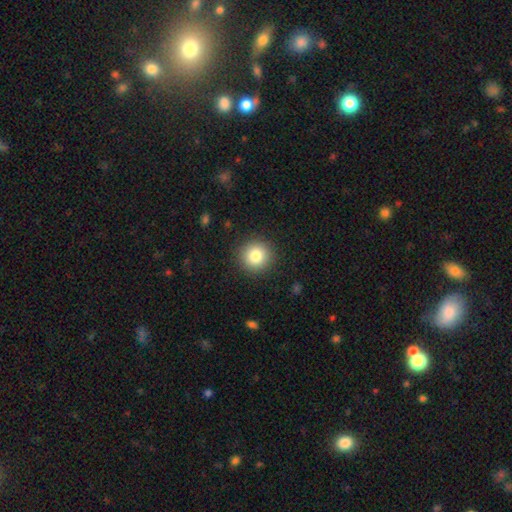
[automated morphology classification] Smooth or featured? Predicted: smooth (p=0.82). How rounded? Predicted: round (p=0.93). Merging? Predicted: none (p=0.90).